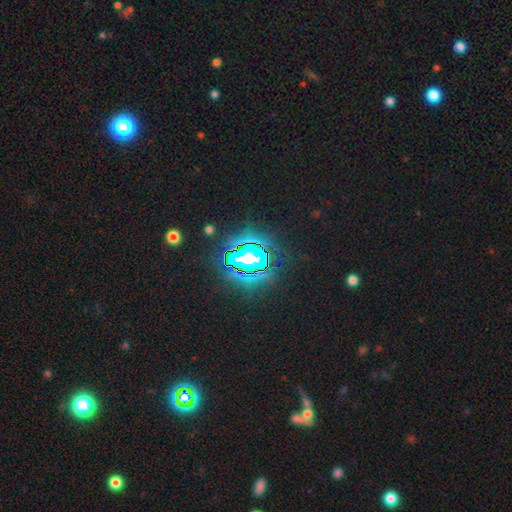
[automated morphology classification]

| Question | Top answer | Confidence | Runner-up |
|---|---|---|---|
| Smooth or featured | star or artifact | 82% | smooth (10%) |